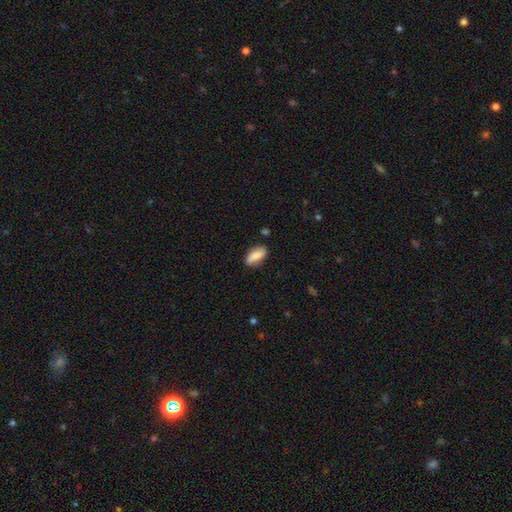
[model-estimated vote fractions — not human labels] smooth_or_featured: smooth (p=0.81) [alt: featured or disk p=0.13]
how_rounded: in between (p=0.82) [alt: cigar-shaped p=0.15]
merging: none (p=0.80) [alt: minor disturbance p=0.15]